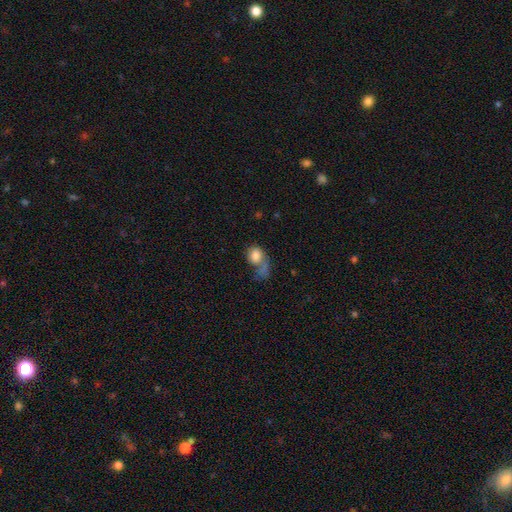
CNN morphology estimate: smooth-or-featured: smooth: 77% | featured or disk: 14% | star or artifact: 9%
  how-rounded: in between: 57% | round: 42% | cigar-shaped: 2%
  merging: merger: 32% | major disturbance: 29% | none: 24% | minor disturbance: 14%